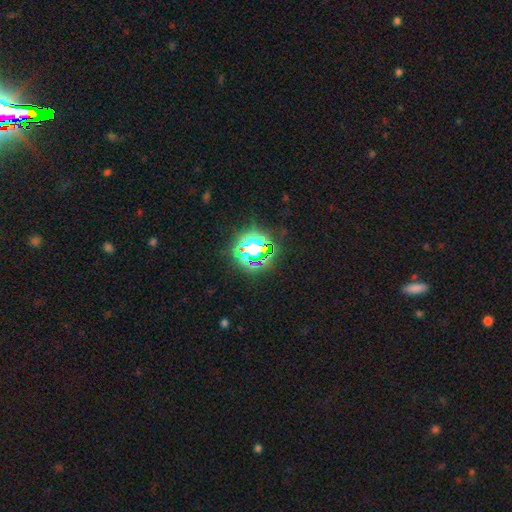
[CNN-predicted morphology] smooth-or-featured: star or artifact: 76% | smooth: 15% | featured or disk: 9%